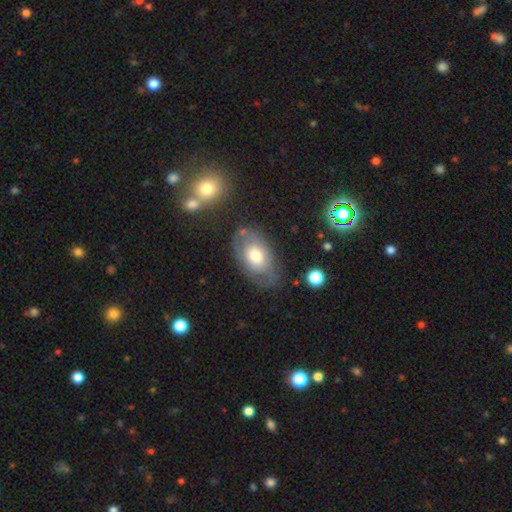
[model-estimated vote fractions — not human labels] Smooth or featured: smooth — 47% (featured or disk — 45%)
Merging: none — 67% (minor disturbance — 20%)